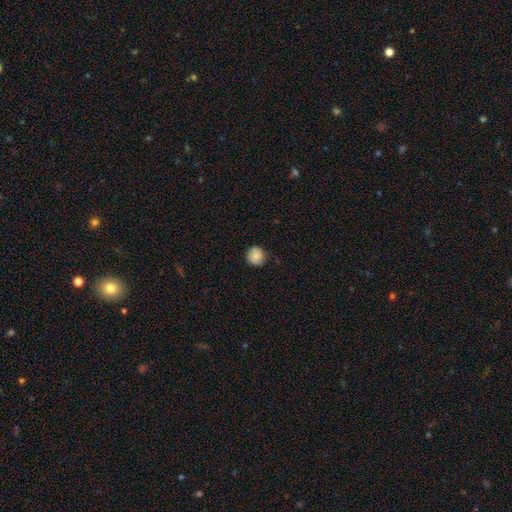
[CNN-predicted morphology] Smooth or featured? smooth (83%)
How rounded? round (90%)
Merging? none (82%)